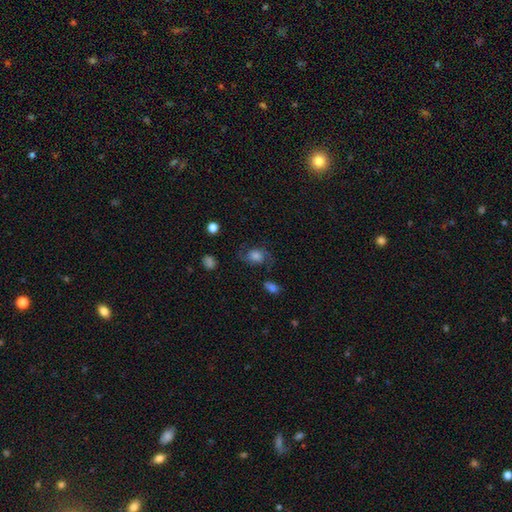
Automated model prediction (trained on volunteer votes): This is likely a featured or disk galaxy (61%). It is clearly not viewed edge-on (96%). Bar: likely no (68%). Spiral arm pattern: clearly yes (91%). Spiral arm count: clearly 2 (90%). Spiral winding: possibly medium (47%). Central bulge: marginally large (38%). Merging: likely none (70%).